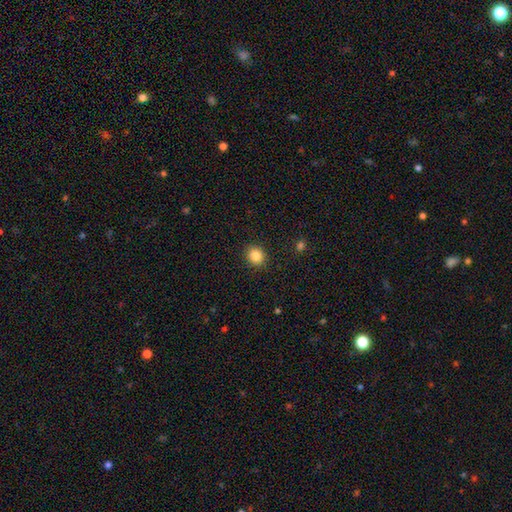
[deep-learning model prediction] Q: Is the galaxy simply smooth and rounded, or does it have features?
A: smooth — 85%.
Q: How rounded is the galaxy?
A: round — 77%.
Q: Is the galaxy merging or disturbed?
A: none — 91%.